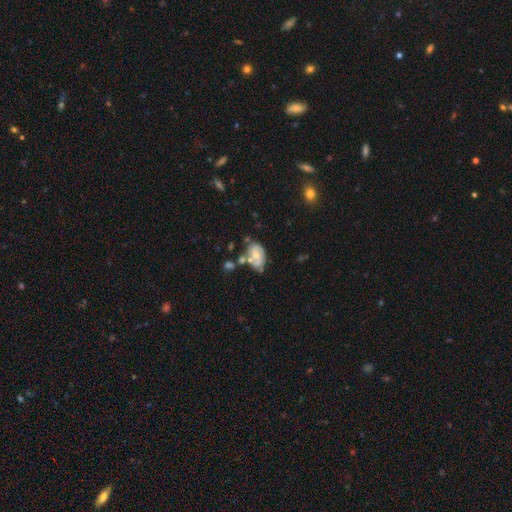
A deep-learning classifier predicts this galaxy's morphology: Smooth or featured? featured or disk (55%)
Edge-on disk? no (96%)
Bar? no (62%)
Spiral arms? yes (70%)
Bulge size? moderate (52%)
Merging? none (43%)